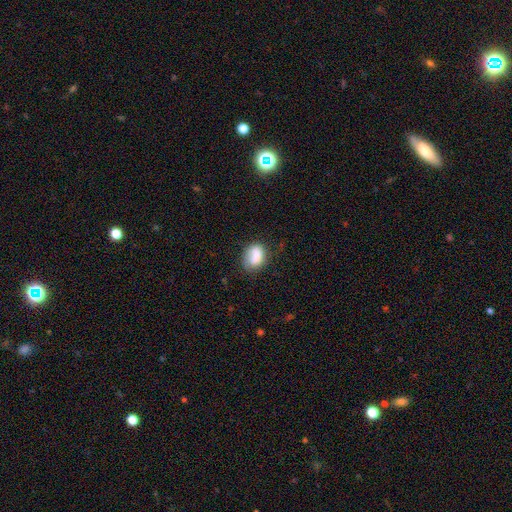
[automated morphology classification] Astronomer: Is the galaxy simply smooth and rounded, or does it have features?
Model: smooth — 80%.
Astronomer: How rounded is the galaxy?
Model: in between — 74%.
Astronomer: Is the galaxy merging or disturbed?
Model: none — 59%.